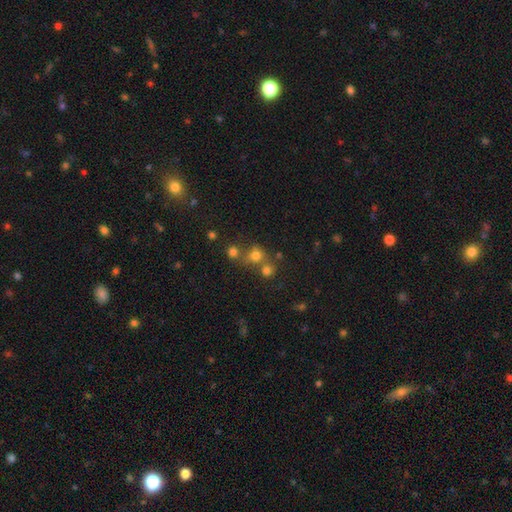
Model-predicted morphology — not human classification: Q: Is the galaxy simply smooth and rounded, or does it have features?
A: smooth — 69%.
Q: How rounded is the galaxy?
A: round — 83%.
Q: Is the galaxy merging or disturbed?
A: none — 53%.